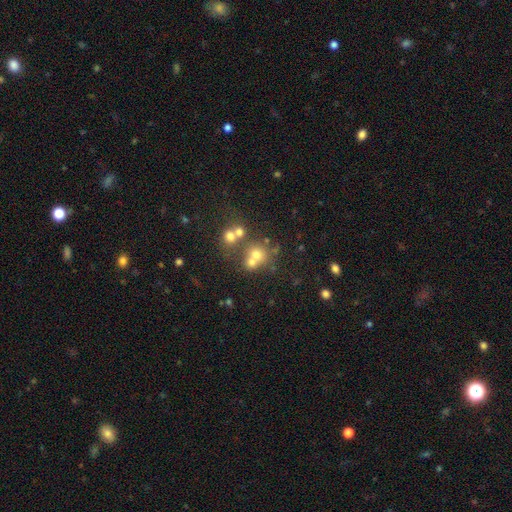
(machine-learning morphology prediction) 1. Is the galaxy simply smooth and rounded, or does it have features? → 57% smooth, 23% star or artifact, 20% featured or disk.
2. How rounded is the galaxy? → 81% round, 18% in between, 1% cigar-shaped.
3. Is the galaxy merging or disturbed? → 48% none, 38% merger, 9% minor disturbance, 5% major disturbance.